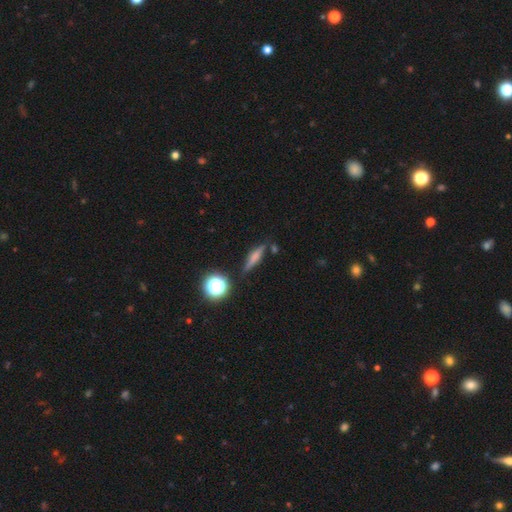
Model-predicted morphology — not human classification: Smooth or featured?
  - smooth: 52% *
  - featured or disk: 34%
  - star or artifact: 14%
How rounded?
  - cigar-shaped: 75% *
  - in between: 17%
  - round: 8%
Merging?
  - none: 79% *
  - minor disturbance: 13%
  - merger: 4%
  - major disturbance: 3%